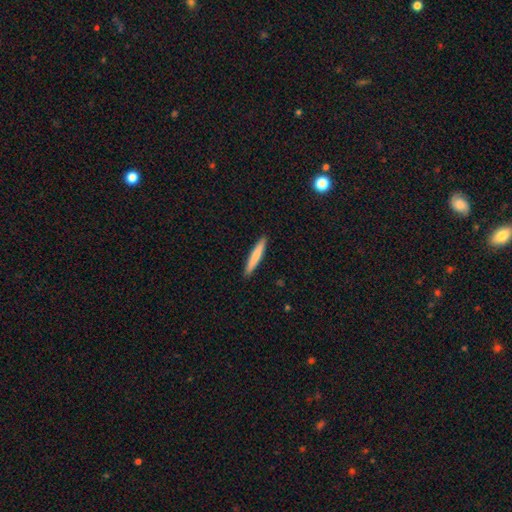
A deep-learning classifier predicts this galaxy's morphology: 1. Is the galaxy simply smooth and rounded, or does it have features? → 76% smooth, 19% featured or disk, 5% star or artifact.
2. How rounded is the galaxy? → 94% cigar-shaped, 4% in between, 1% round.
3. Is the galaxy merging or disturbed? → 92% none, 6% minor disturbance, 1% major disturbance, 1% merger.